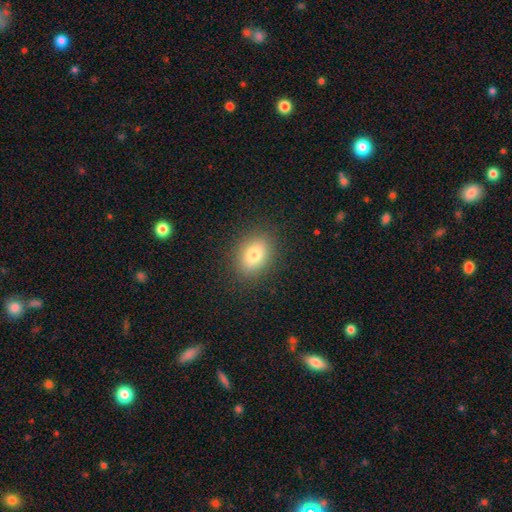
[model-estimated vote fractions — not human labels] Smooth or featured?
  - smooth: 78% *
  - featured or disk: 12%
  - star or artifact: 11%
How rounded?
  - in between: 67% *
  - round: 32%
  - cigar-shaped: 1%
Merging?
  - none: 89% *
  - minor disturbance: 8%
  - major disturbance: 3%
  - merger: 1%